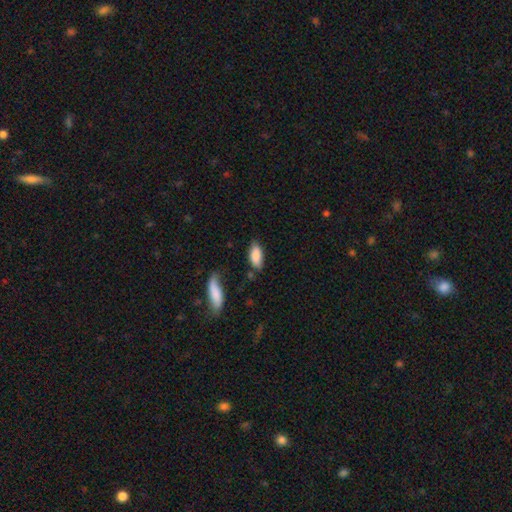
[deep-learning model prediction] Smooth or featured? Predicted: smooth (p=0.86). How rounded? Predicted: in between (p=0.87). Merging? Predicted: none (p=0.68).